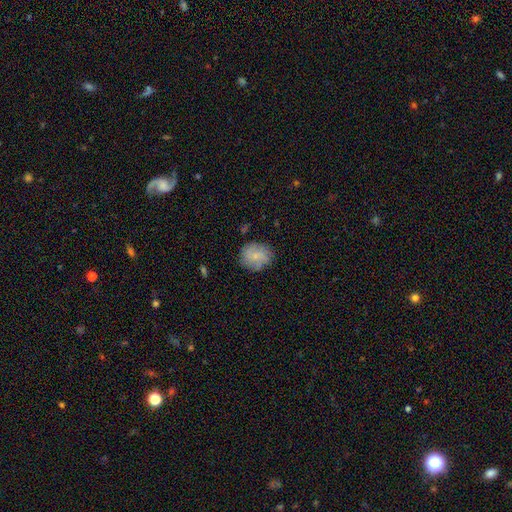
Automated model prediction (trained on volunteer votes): A smooth galaxy with no disk features (52%) that is round (74%). Merging: none (75%).